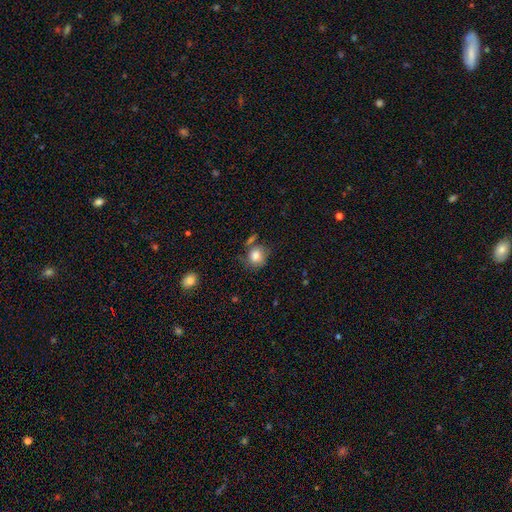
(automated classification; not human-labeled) This appears to be a smooth galaxy with no disk features (81%) that is round (80%). Merging: none (63%).